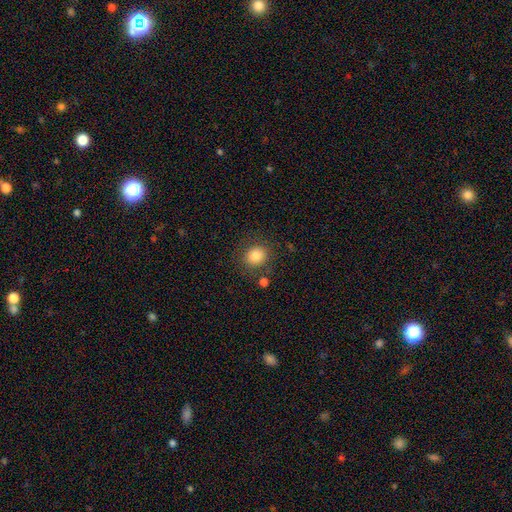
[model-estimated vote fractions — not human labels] Q: Smooth or featured?
A: smooth (82%); runner-up: star or artifact (11%)
Q: How rounded?
A: round (78%); runner-up: in between (21%)
Q: Merging?
A: none (82%); runner-up: minor disturbance (10%)